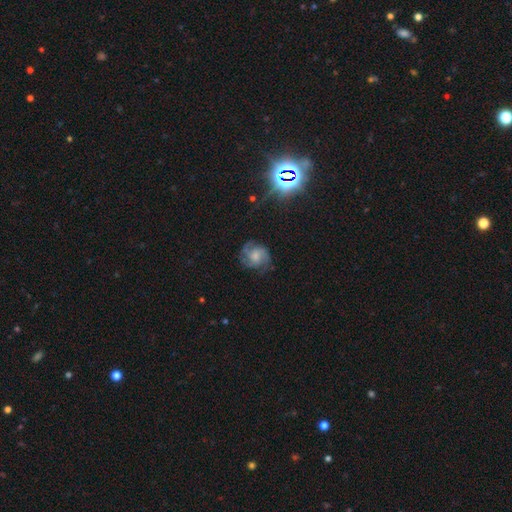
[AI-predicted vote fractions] smooth-or-featured: featured or disk: 68% | smooth: 22% | star or artifact: 10%
  disk-edge-on: no: 98% | yes: 2%
    bar: no: 65% | weak: 30% | strong: 5%
    has-spiral-arms: yes: 93% | no: 7%
      spiral-winding: medium: 45% | tight: 40% | loose: 15%
      spiral-arm-count: 3: 39% | can't tell: 21% | 2: 20% | 4: 10% | 1: 5% | more than 4: 4%
    bulge-size: moderate: 41% | small: 37% | none: 13% | large: 8% | dominant: 2%
  merging: none: 71% | minor disturbance: 18% | major disturbance: 9% | merger: 1%